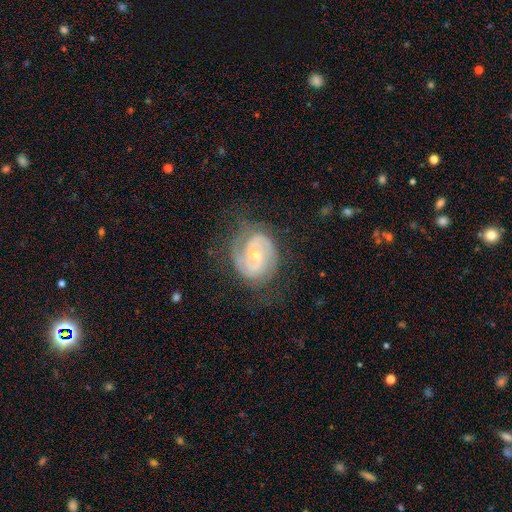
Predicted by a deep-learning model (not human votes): featured or disk 86%, smooth 9%, star or artifact 5%. Down the decision tree: edge-on disk — no (98%); bar — no (50%); spiral arms — yes (96%); spiral arm count — 2 (73%); spiral winding — tight (56%); bulge size — small (64%); merging — none (70%).